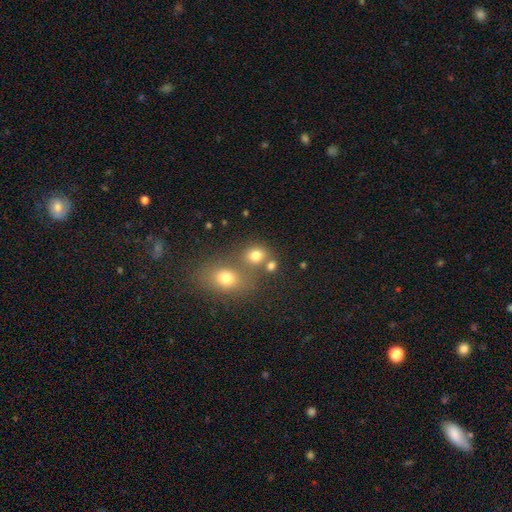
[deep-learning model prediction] smooth_or_featured: smooth (p=0.75) [alt: star or artifact p=0.16]
how_rounded: round (p=0.61) [alt: in between p=0.37]
merging: none (p=0.54) [alt: merger p=0.31]